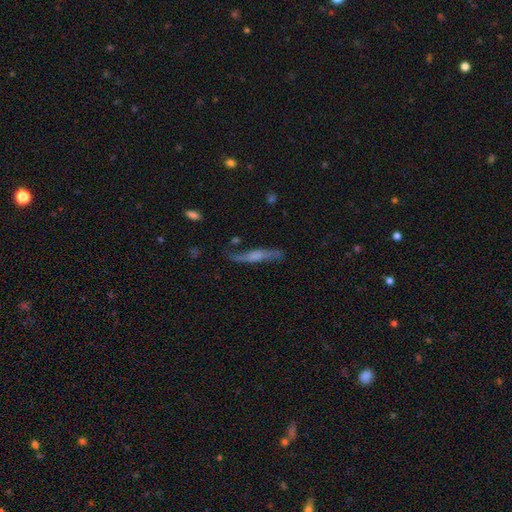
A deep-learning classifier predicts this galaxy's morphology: Smooth or featured? featured or disk (60%)
Edge-on disk? yes (71%)
Merging? none (68%)